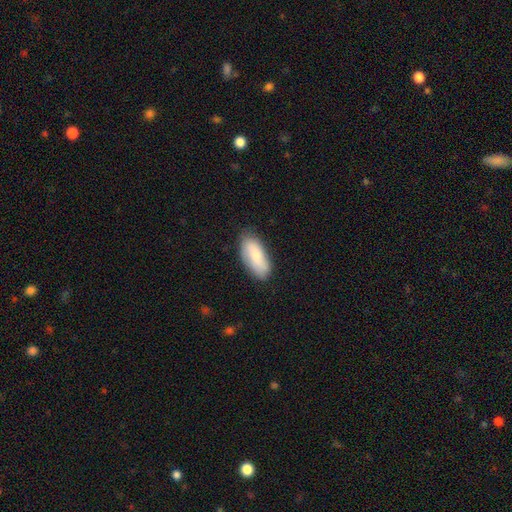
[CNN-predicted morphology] Overall: smooth (77%). How rounded: in between (87%). Merging: none (79%).